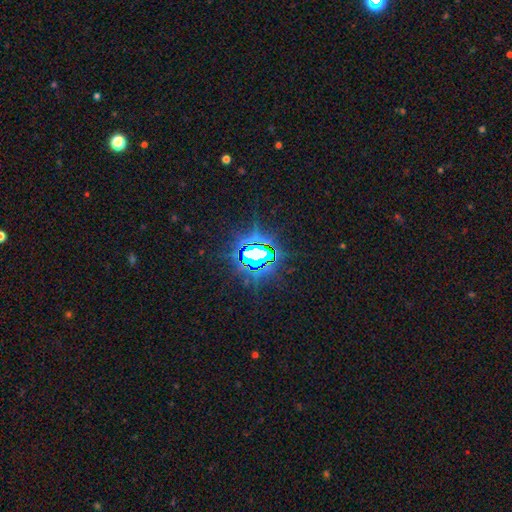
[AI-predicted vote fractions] This is clearly a star or artifact rather than a galaxy (82%).